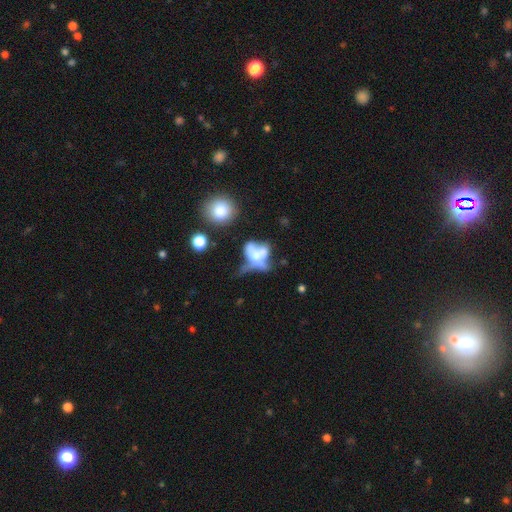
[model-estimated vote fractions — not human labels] smooth-or-featured: featured or disk: 51% | smooth: 37% | star or artifact: 13%
  disk-edge-on: no: 77% | yes: 23%
  merging: merger: 37% | major disturbance: 28% | none: 22% | minor disturbance: 13%